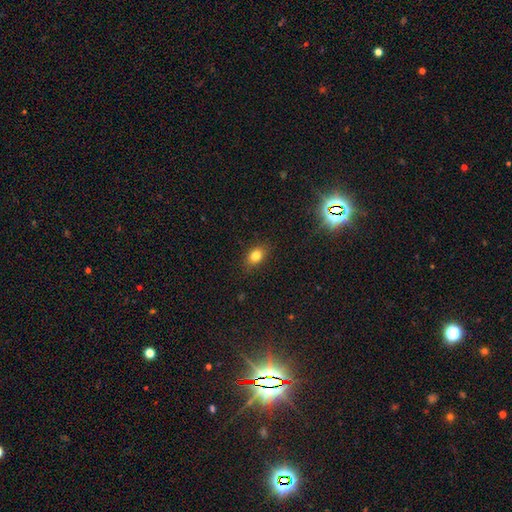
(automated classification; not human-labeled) A smooth galaxy with no disk features (79%) that is in between round and cigar-shaped (73%). Merging: none (85%).